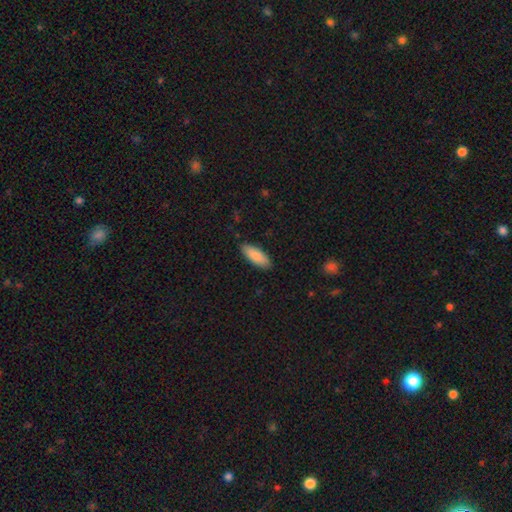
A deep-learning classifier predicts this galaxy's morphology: Smooth or featured? smooth (86%)
How rounded? in between (79%)
Merging? none (87%)